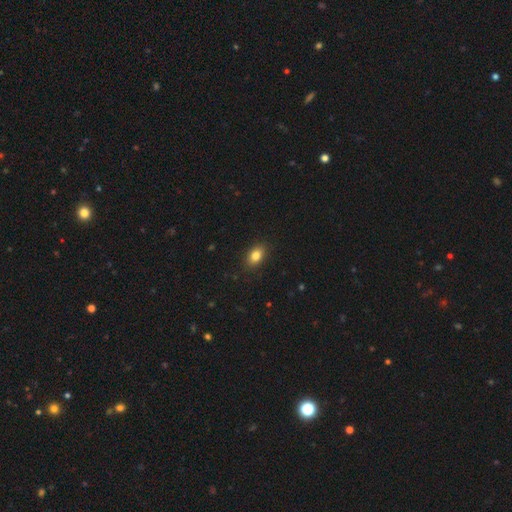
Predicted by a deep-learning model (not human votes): Smooth or featured?
  - smooth: 83% *
  - star or artifact: 9%
  - featured or disk: 8%
How rounded?
  - in between: 82% *
  - round: 16%
  - cigar-shaped: 2%
Merging?
  - none: 88% *
  - minor disturbance: 9%
  - major disturbance: 2%
  - merger: 1%